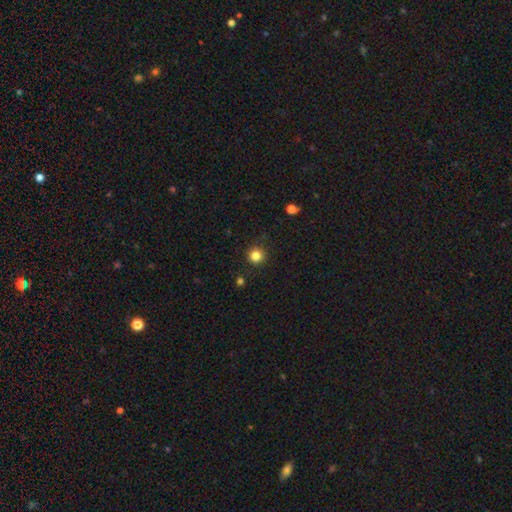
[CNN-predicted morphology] Smooth or featured? smooth (84%)
How rounded? round (95%)
Merging? none (91%)